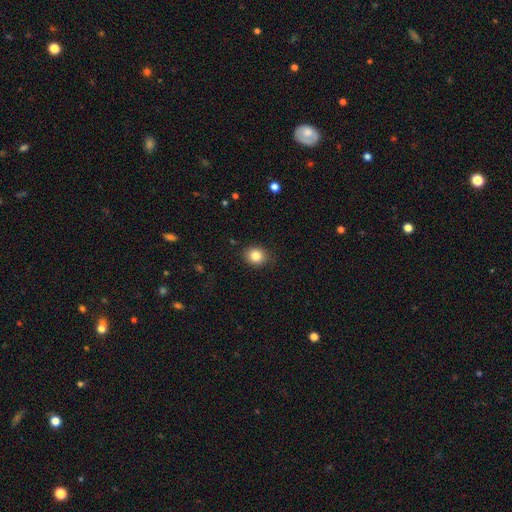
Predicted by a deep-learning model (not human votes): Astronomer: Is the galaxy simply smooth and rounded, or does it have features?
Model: smooth — 84%.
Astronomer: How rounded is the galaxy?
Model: round — 69%.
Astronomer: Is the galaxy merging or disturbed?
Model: none — 87%.